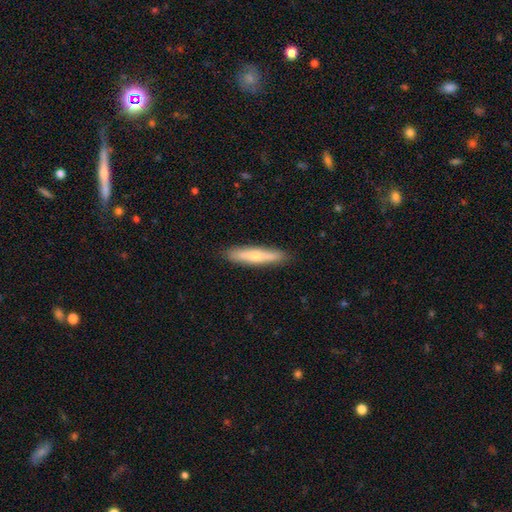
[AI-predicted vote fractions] smooth_or_featured: smooth (p=0.56) [alt: featured or disk p=0.38]
how_rounded: cigar-shaped (p=0.87) [alt: in between p=0.12]
merging: none (p=0.88) [alt: minor disturbance p=0.09]